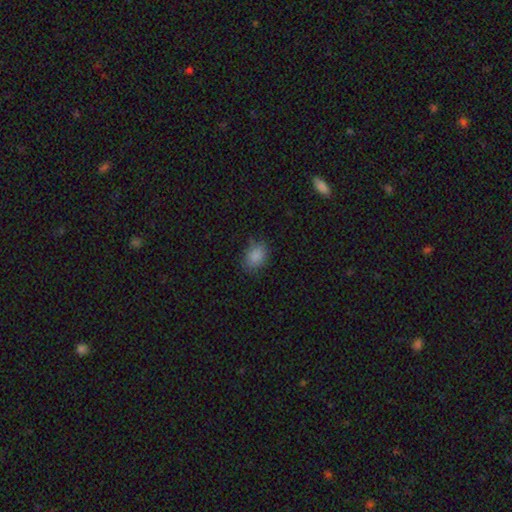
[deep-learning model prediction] Smooth or featured?
  - smooth: 86% *
  - star or artifact: 10%
  - featured or disk: 4%
How rounded?
  - in between: 69% *
  - round: 30%
  - cigar-shaped: 1%
Merging?
  - none: 77% *
  - minor disturbance: 18%
  - major disturbance: 5%
  - merger: 1%